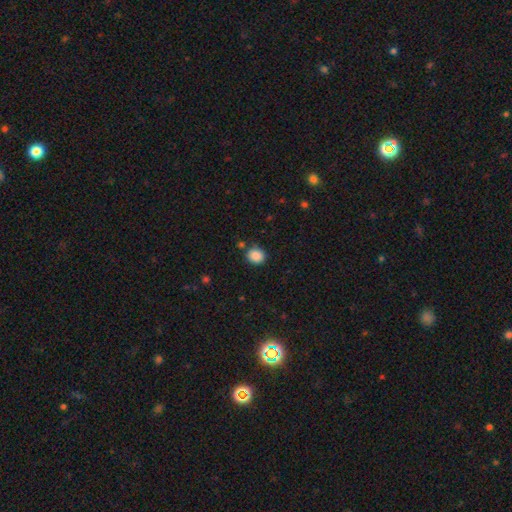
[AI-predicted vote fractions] Overall: smooth (88%). How rounded: round (73%). Merging: none (82%).